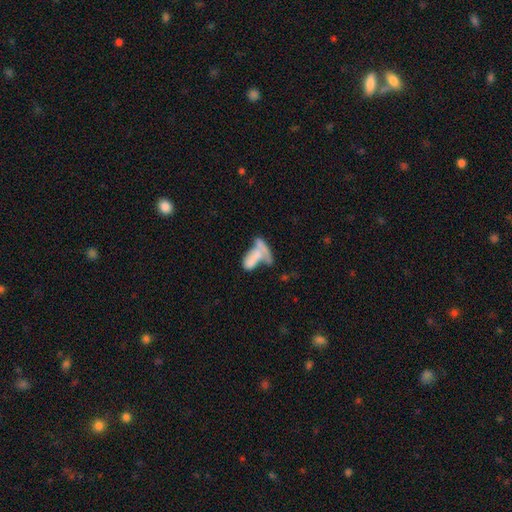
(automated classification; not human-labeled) Smooth or featured? smooth (56%)
How rounded? in between (71%)
Merging? merger (54%)